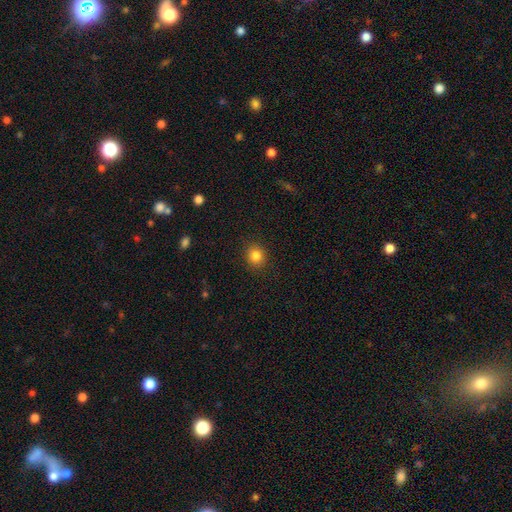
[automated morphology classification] type=smooth (84%); roundness=round (83%); merging=none (90%).